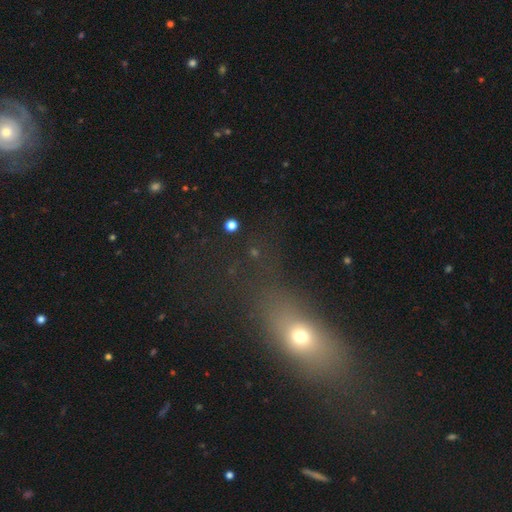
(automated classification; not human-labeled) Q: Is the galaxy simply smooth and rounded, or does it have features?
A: smooth — 50%.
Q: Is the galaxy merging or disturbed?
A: none — 62%.